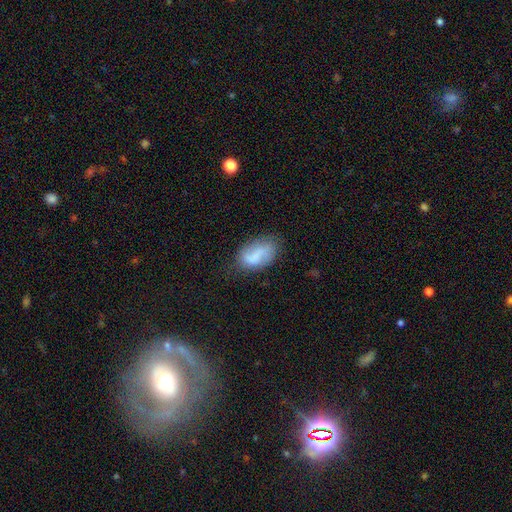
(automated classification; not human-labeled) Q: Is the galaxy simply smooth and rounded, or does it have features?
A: smooth — 56%.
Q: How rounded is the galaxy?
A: in between — 89%.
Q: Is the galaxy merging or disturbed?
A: none — 61%.